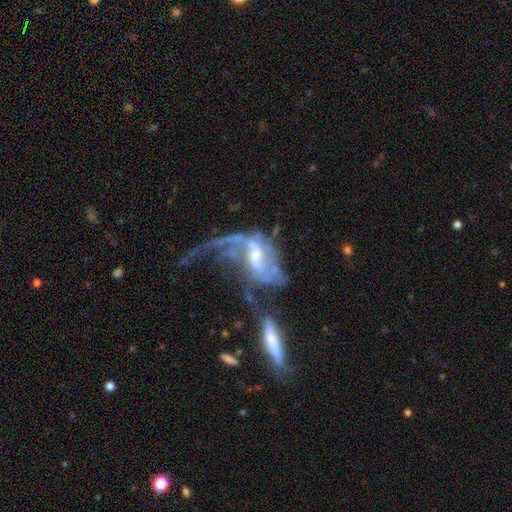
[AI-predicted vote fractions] Smooth or featured: featured or disk — 82% (smooth — 10%)
Edge-on disk: no — 93% (yes — 7%)
Bar: weak — 45% (no — 30%)
Spiral arms: yes — 85% (no — 15%)
Spiral winding: loose — 66% (medium — 24%)
Spiral arm count: 2 — 42% (1 — 27%)
Bulge size: moderate — 45% (small — 44%)
Merging: major disturbance — 44% (merger — 27%)